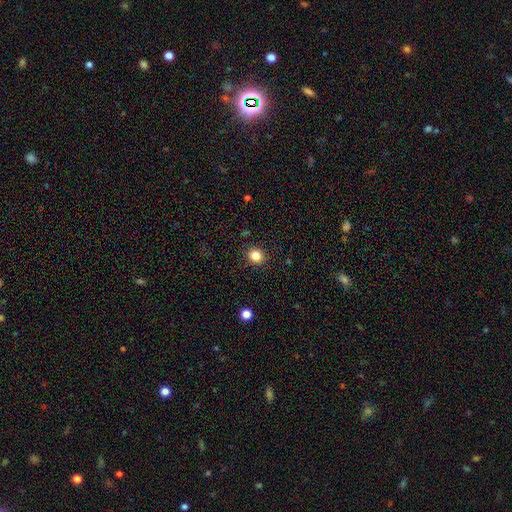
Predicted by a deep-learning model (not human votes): This appears to be a smooth galaxy with no disk features (83%) that is round (79%). Merging: none (90%).